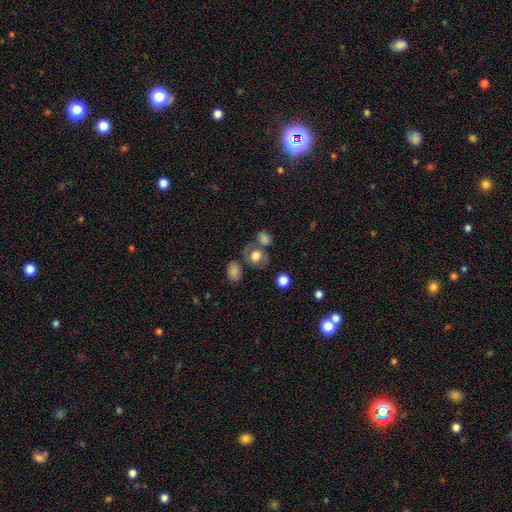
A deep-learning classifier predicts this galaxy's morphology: This is likely a smooth galaxy (68%). How rounded: likely round (62%). Merging: possibly none (56%).